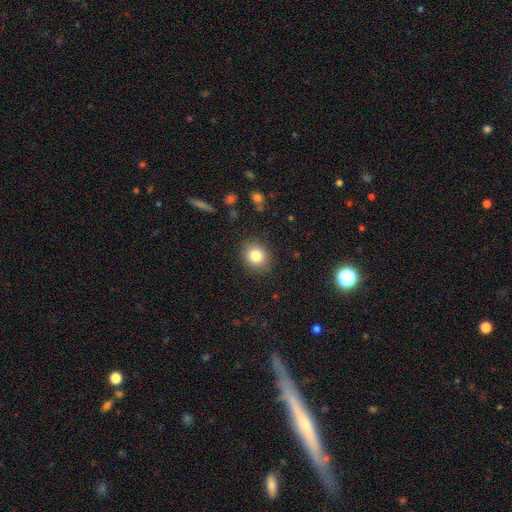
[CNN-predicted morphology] Q: Smooth or featured?
A: smooth (82%); runner-up: star or artifact (10%)
Q: How rounded?
A: round (68%); runner-up: in between (31%)
Q: Merging?
A: none (88%); runner-up: minor disturbance (9%)